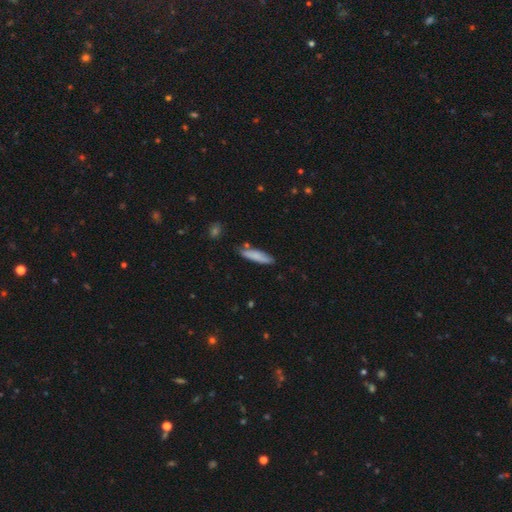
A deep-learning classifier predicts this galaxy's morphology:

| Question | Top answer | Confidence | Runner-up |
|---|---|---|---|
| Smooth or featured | smooth | 80% | featured or disk (14%) |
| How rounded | cigar-shaped | 73% | in between (25%) |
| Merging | none | 76% | minor disturbance (17%) |